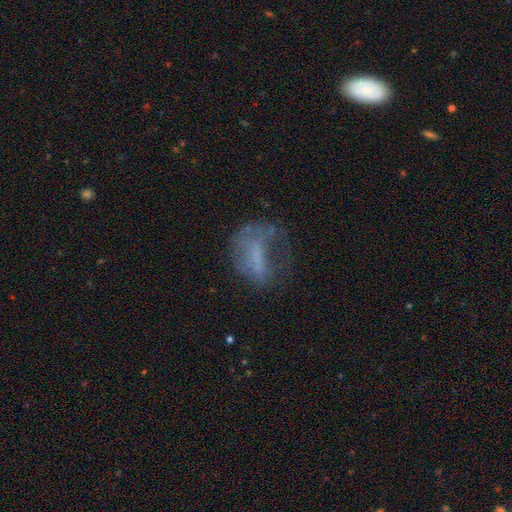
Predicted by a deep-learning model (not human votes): A smooth galaxy with no disk features (41%, tied with featured or disk). Merging: major disturbance (41%).